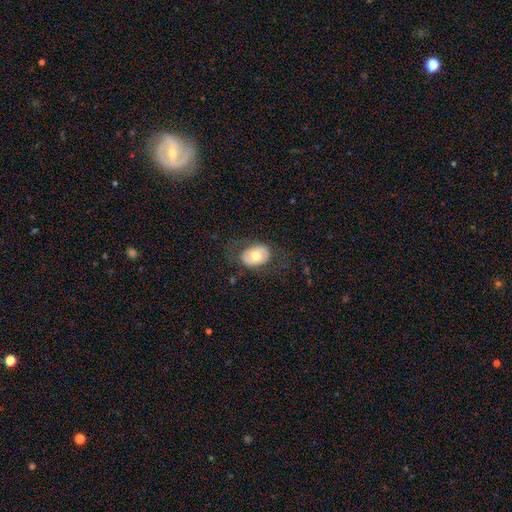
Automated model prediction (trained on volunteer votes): Morphology: type=smooth (53%); roundness=in between (75%); merging=none (72%).